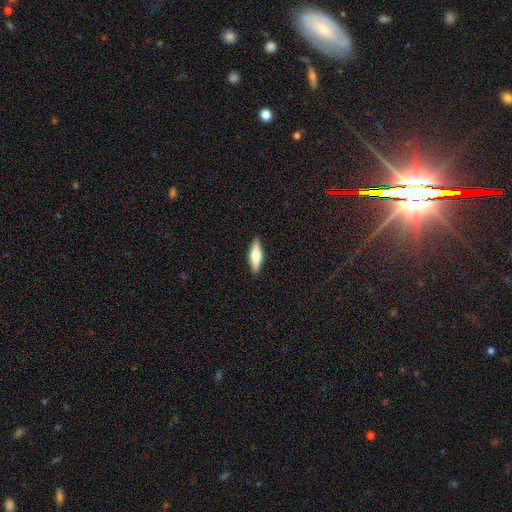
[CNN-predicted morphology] A smooth galaxy with no disk features (56%) that is cigar-shaped (61%). Merging: none (90%).